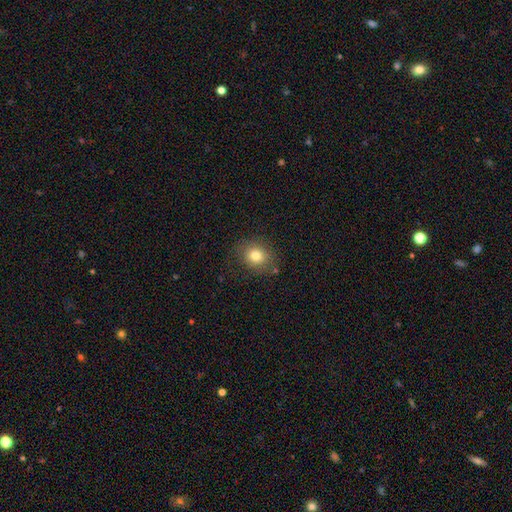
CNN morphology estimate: smooth-or-featured: smooth: 78% | star or artifact: 11% | featured or disk: 11%
  how-rounded: round: 68% | in between: 31% | cigar-shaped: 1%
  merging: none: 79% | minor disturbance: 14% | major disturbance: 5% | merger: 2%